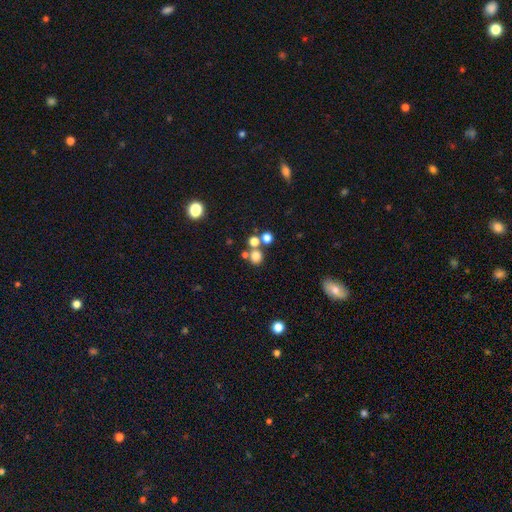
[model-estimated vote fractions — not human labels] smooth-or-featured: smooth: 73% | star or artifact: 18% | featured or disk: 9%
  how-rounded: round: 86% | in between: 13% | cigar-shaped: 1%
  merging: none: 61% | merger: 27% | minor disturbance: 8% | major disturbance: 4%